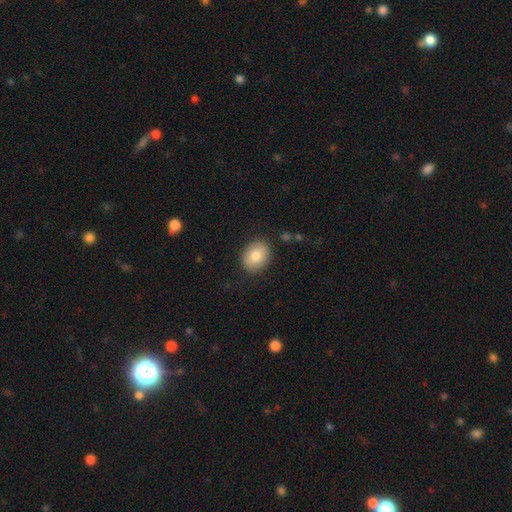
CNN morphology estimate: smooth-or-featured: smooth: 82% | featured or disk: 11% | star or artifact: 7%
  how-rounded: round: 56% | in between: 43% | cigar-shaped: 1%
  merging: none: 86% | minor disturbance: 10% | major disturbance: 3% | merger: 1%